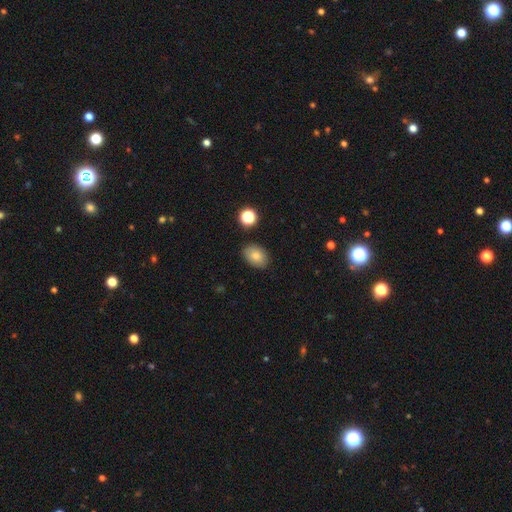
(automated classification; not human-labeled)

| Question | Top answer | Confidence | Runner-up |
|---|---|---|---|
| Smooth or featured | smooth | 81% | featured or disk (9%) |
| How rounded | in between | 80% | round (19%) |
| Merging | none | 86% | minor disturbance (10%) |